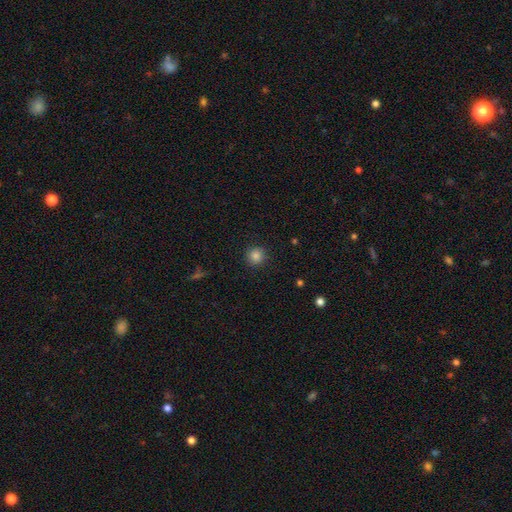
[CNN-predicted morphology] smooth 84%, star or artifact 12%, featured or disk 4%. Down the decision tree: how rounded — round (93%); merging — none (91%).